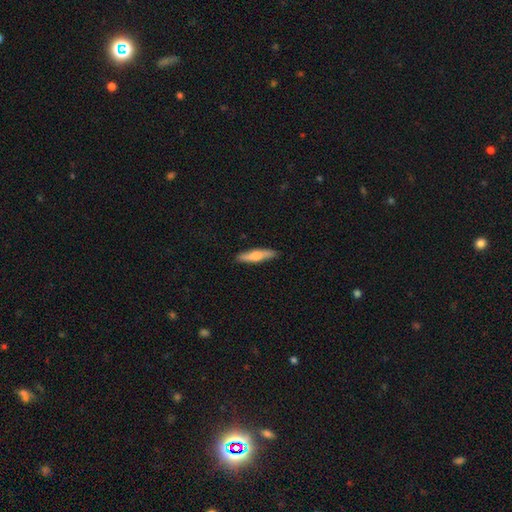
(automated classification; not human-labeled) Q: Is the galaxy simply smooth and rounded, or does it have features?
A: smooth — 60%.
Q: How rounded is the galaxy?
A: cigar-shaped — 81%.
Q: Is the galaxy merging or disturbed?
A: none — 89%.